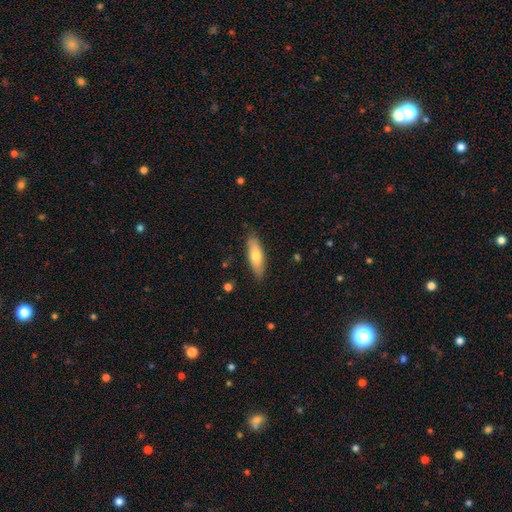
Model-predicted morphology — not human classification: smooth_or_featured: smooth (p=0.71) [alt: featured or disk p=0.23]
how_rounded: cigar-shaped (p=0.49) [tied with: in between p=0.49]
merging: none (p=0.85) [alt: minor disturbance p=0.12]